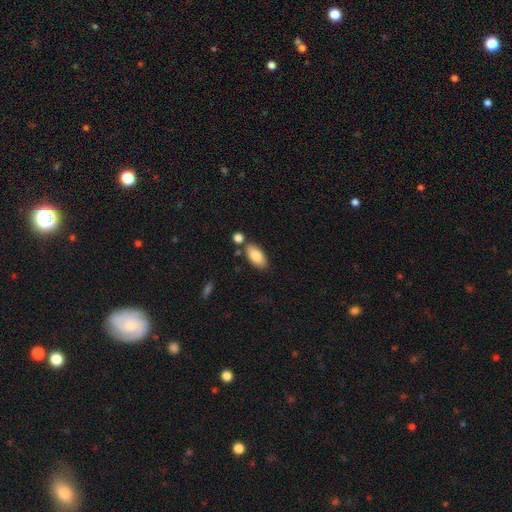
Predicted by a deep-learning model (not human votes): This appears to be a smooth galaxy with no disk features (83%) that is in between round and cigar-shaped (90%). Merging: none (71%).